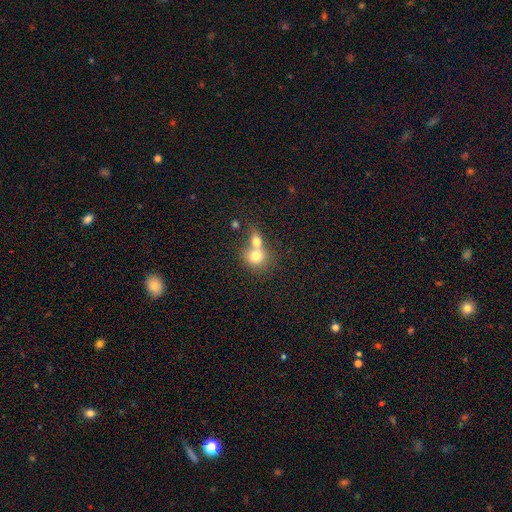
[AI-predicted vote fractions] A smooth galaxy with no disk features (73%) that is round (73%).

Vote fractions:
- Smooth or featured? smooth: 73% / featured or disk: 16% / star or artifact: 10%
- How rounded? round: 73% / in between: 26% / cigar-shaped: 1%
- Merging? merger: 63% / none: 28% / minor disturbance: 6% / major disturbance: 3%